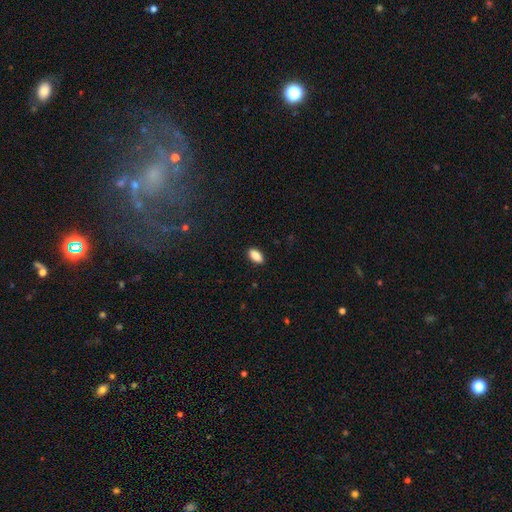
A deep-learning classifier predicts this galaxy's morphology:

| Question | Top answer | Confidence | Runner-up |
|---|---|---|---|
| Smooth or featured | smooth | 89% | star or artifact (7%) |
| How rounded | in between | 91% | cigar-shaped (6%) |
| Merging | none | 89% | minor disturbance (8%) |